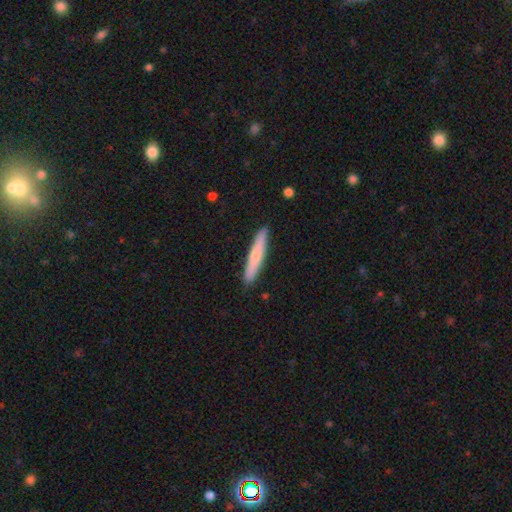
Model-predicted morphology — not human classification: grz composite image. It shows a smooth galaxy with no disk features (65%) that is cigar-shaped (93%). Merging: none (90%).